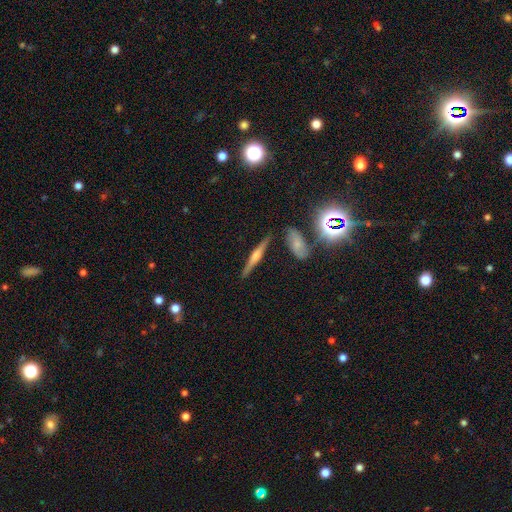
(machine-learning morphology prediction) Smooth or featured? Predicted: featured or disk (p=0.66). Edge-on disk? Predicted: yes (p=0.96). Edge-on bulge? Predicted: rounded (p=0.76). Merging? Predicted: none (p=0.84).